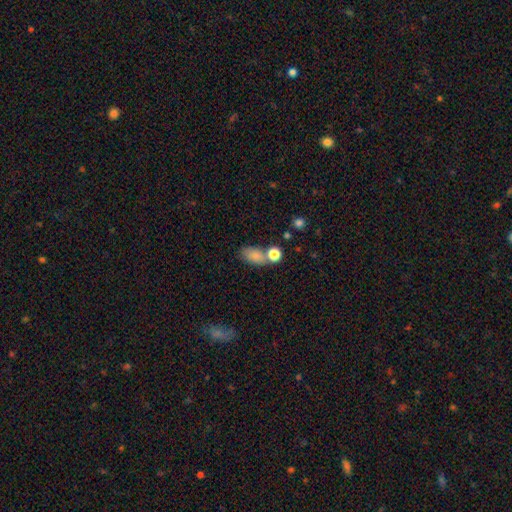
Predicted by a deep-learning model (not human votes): This is clearly a smooth galaxy (81%). How rounded: clearly in between (86%). Merging: possibly none (55%).